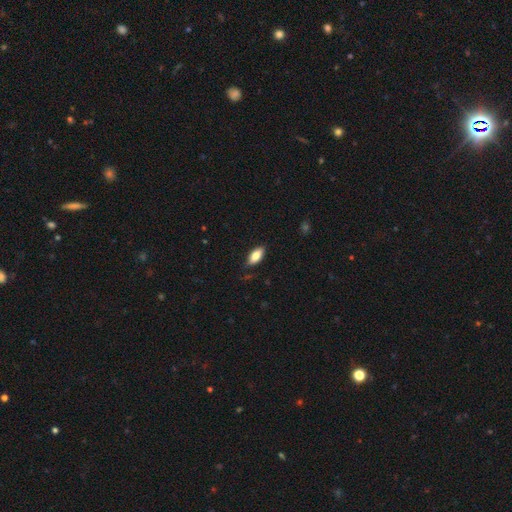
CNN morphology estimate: Smooth or featured? Predicted: smooth (p=0.80). How rounded? Predicted: in between (p=0.88). Merging? Predicted: none (p=0.82).